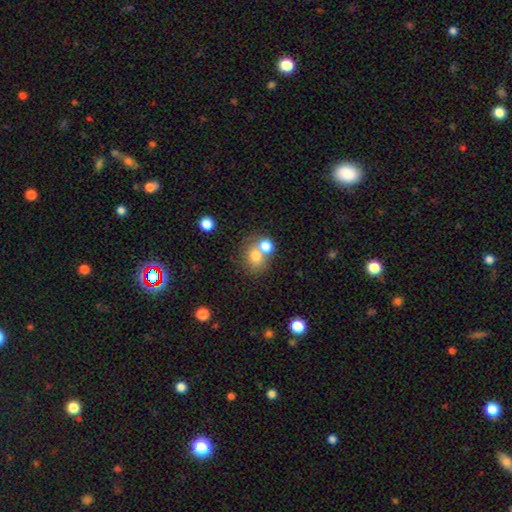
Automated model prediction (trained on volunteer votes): Smooth or featured?
  - smooth: 74% *
  - featured or disk: 14%
  - star or artifact: 12%
How rounded?
  - round: 68% *
  - in between: 31%
  - cigar-shaped: 1%
Merging?
  - merger: 49% *
  - none: 40%
  - minor disturbance: 8%
  - major disturbance: 4%